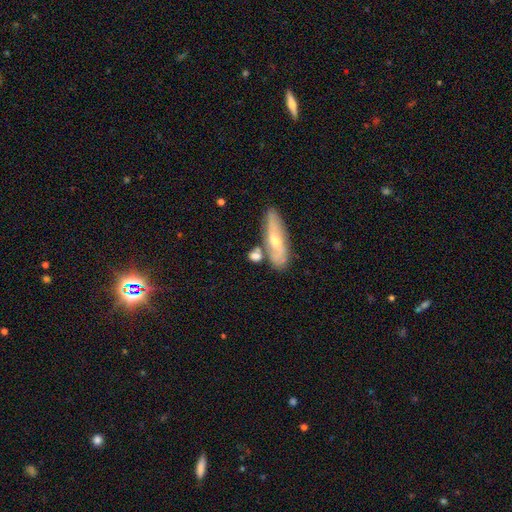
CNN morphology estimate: Q: Smooth or featured?
A: smooth (59%); runner-up: featured or disk (33%)
Q: How rounded?
A: in between (46%); runner-up: round (28%)
Q: Merging?
A: none (59%); runner-up: merger (20%)